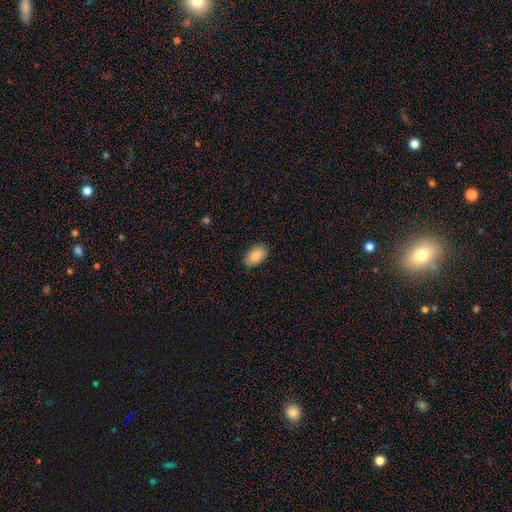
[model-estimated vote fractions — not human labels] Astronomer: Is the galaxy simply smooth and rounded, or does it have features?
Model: smooth — 89%.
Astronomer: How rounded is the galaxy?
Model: in between — 94%.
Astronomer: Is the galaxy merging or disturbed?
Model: none — 87%.